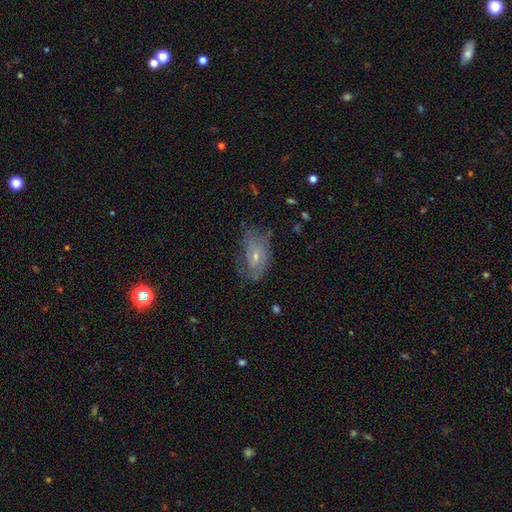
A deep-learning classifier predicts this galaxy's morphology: Smooth or featured?
  - featured or disk: 59% *
  - smooth: 32%
  - star or artifact: 9%
Edge-on disk?
  - no: 94% *
  - yes: 6%
Bar?
  - no: 57% *
  - weak: 36%
  - strong: 7%
Spiral arms?
  - yes: 74% *
  - no: 26%
Bulge size?
  - small: 53% *
  - moderate: 42%
  - none: 2%
  - large: 2%
  - dominant: 1%
Merging?
  - none: 54% *
  - minor disturbance: 28%
  - major disturbance: 16%
  - merger: 2%